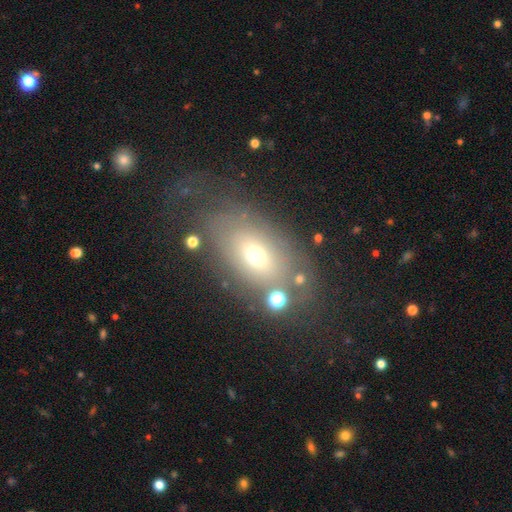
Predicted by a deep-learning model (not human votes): The model was most divided on "smooth or featured": smooth: 50%, featured or disk: 37%, star or artifact: 14%. More confident: merging — none (57%).